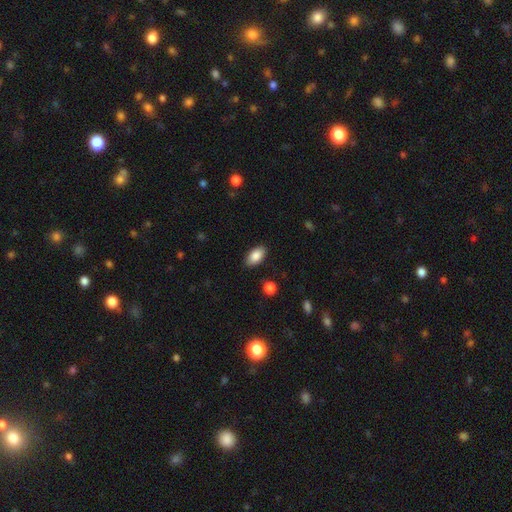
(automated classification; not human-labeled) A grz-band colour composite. It shows a smooth galaxy with no disk features (87%) that is in between round and cigar-shaped (93%). Merging: none (87%).